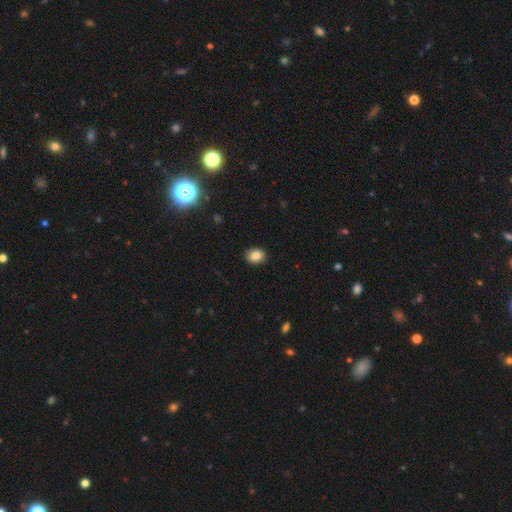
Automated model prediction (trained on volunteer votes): Q: Smooth or featured?
A: smooth (85%); runner-up: star or artifact (9%)
Q: How rounded?
A: in between (58%); runner-up: round (41%)
Q: Merging?
A: none (90%); runner-up: minor disturbance (8%)